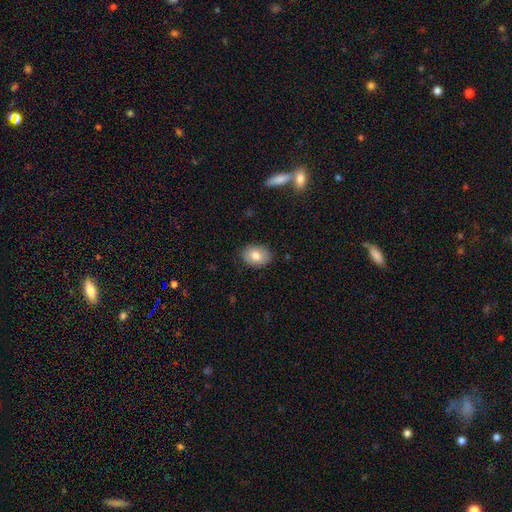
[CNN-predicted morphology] Smooth or featured? smooth (79%)
How rounded? in between (70%)
Merging? none (87%)